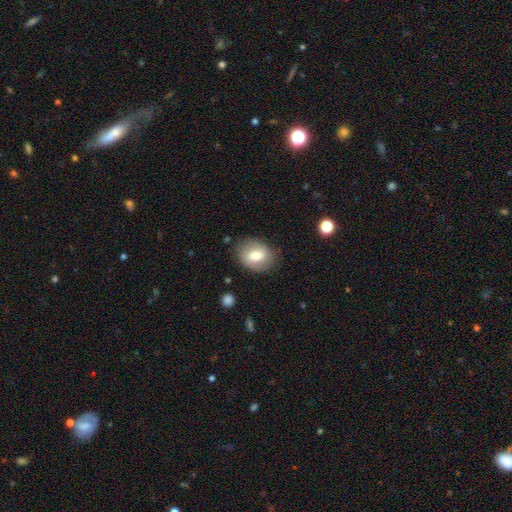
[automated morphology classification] Smooth or featured?
  - smooth: 62% *
  - featured or disk: 31%
  - star or artifact: 7%
How rounded?
  - in between: 56% *
  - round: 43%
  - cigar-shaped: 1%
Merging?
  - none: 81% *
  - minor disturbance: 14%
  - major disturbance: 4%
  - merger: 1%